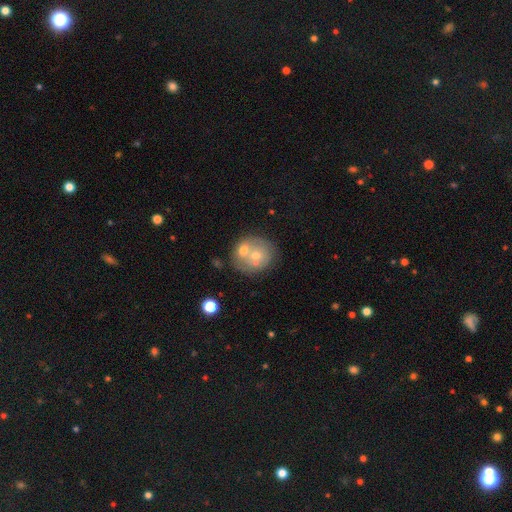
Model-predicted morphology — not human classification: A smooth galaxy with no disk features (53%) that is round (78%).

Vote fractions:
- Smooth or featured? smooth: 53% / featured or disk: 39% / star or artifact: 8%
- How rounded? round: 78% / in between: 21% / cigar-shaped: 1%
- Merging? merger: 50% / none: 35% / minor disturbance: 10% / major disturbance: 4%